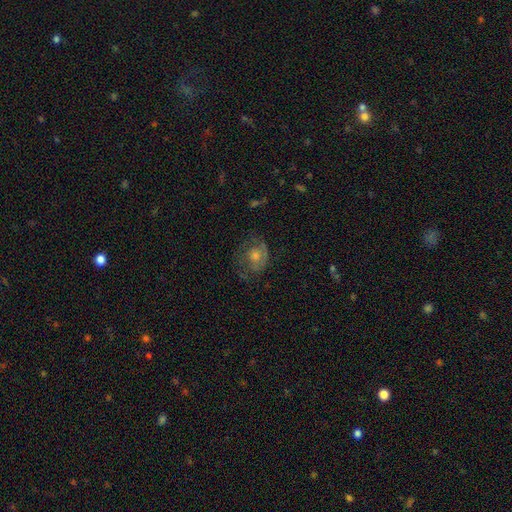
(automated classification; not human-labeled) A featured or disk galaxy (60%) with no bar (79%), spiral arms (74%) and a moderate central bulge (57%).

Vote fractions:
- Smooth or featured? featured or disk: 60% / smooth: 27% / star or artifact: 13%
- Edge-on disk? no: 97% / yes: 3%
- Bar? no: 79% / weak: 18% / strong: 3%
- Spiral arms? yes: 74% / no: 26%
- Bulge size? moderate: 57% / small: 32% / large: 7% / none: 3% / dominant: 1%
- Merging? none: 63% / minor disturbance: 20% / major disturbance: 15% / merger: 1%